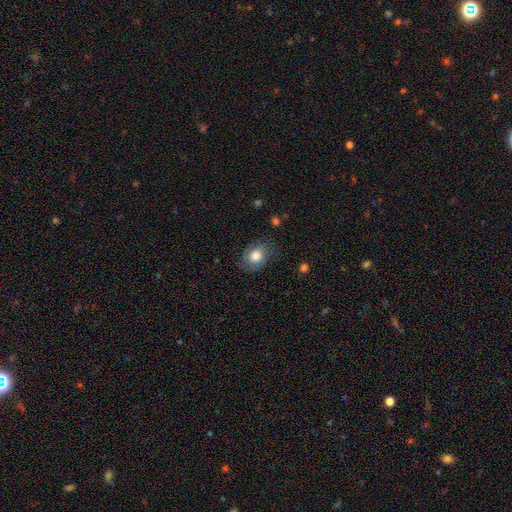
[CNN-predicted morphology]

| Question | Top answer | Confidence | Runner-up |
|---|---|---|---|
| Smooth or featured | smooth | 77% | featured or disk (15%) |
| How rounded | in between | 60% | round (39%) |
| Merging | none | 72% | minor disturbance (20%) |